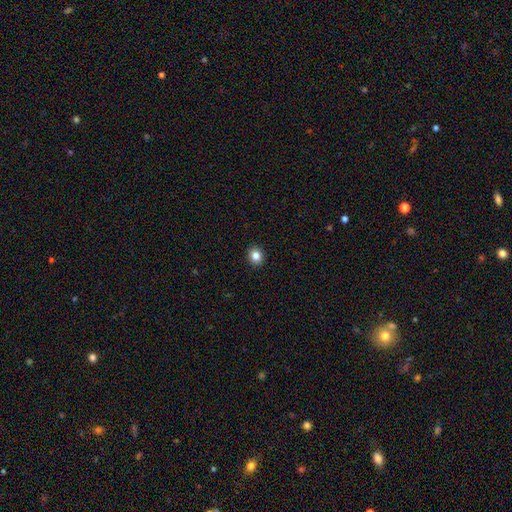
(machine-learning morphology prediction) Smooth or featured? smooth (83%)
How rounded? round (71%)
Merging? none (92%)